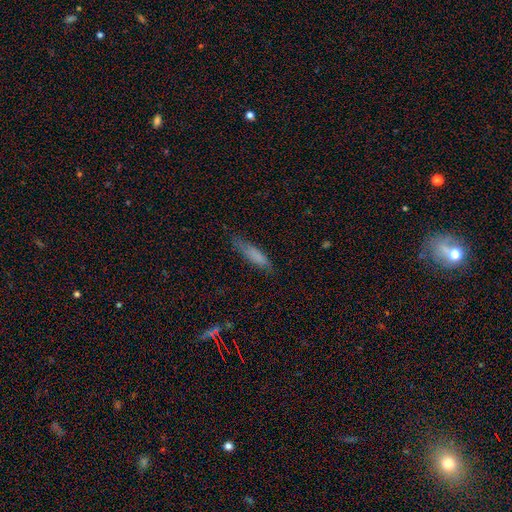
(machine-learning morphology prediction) smooth_or_featured: smooth (p=0.77) [alt: featured or disk p=0.15]
how_rounded: cigar-shaped (p=0.71) [alt: in between p=0.28]
merging: none (p=0.66) [alt: minor disturbance p=0.26]